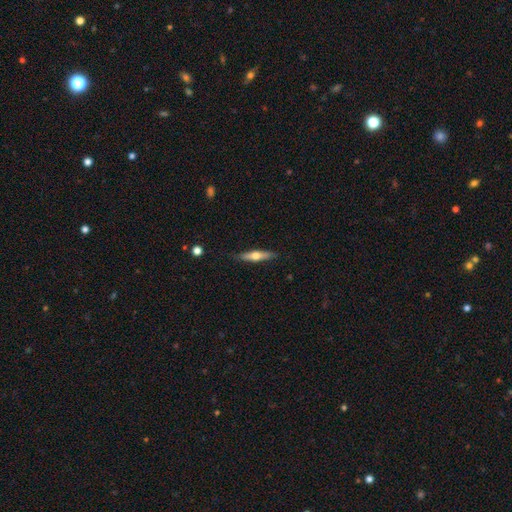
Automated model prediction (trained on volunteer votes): A featured or disk galaxy (48%). Merging: none (86%).